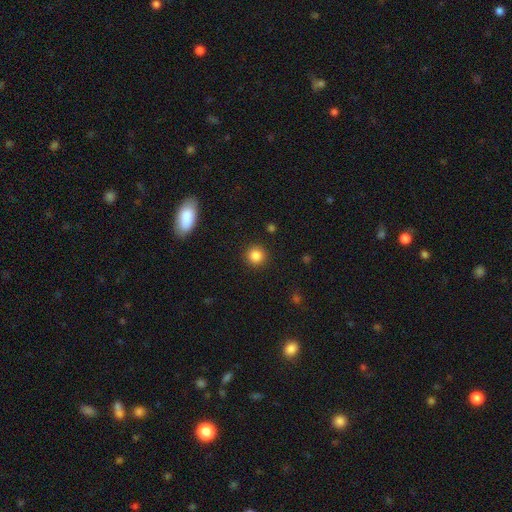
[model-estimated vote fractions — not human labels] Smooth or featured? smooth (85%)
How rounded? round (94%)
Merging? none (91%)